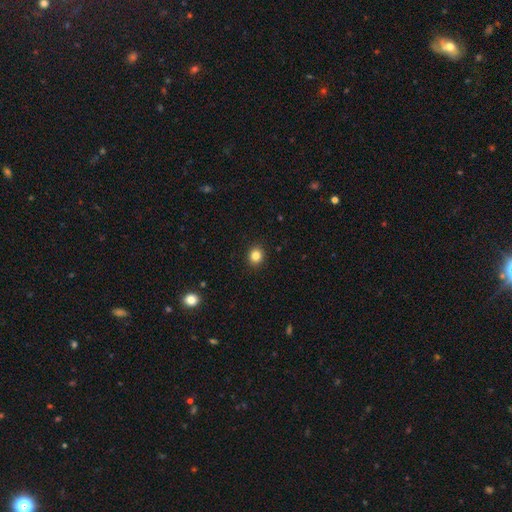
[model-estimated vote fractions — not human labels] Smooth or featured: smooth — 84% (star or artifact — 11%)
How rounded: round — 80% (in between — 19%)
Merging: none — 92% (minor disturbance — 5%)